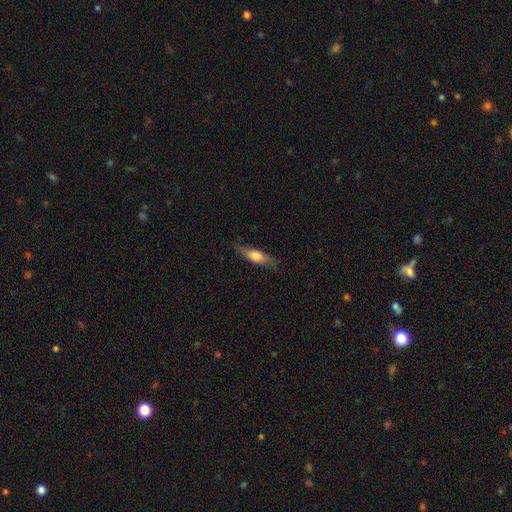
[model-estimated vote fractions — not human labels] A smooth galaxy with no disk features (57%) that is cigar-shaped (57%). Merging: none (79%).